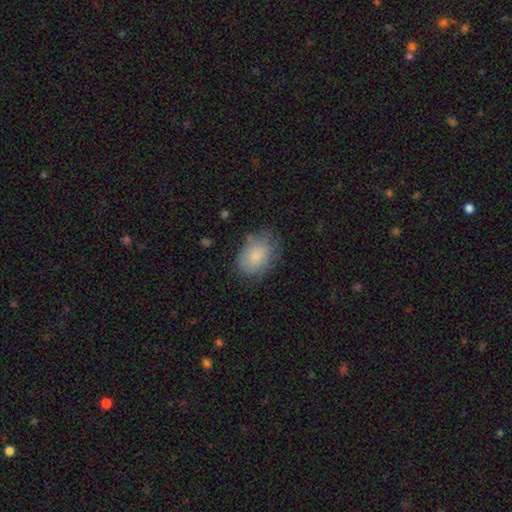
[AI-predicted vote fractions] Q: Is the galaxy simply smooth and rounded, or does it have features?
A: smooth — 83%.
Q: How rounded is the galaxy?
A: in between — 72%.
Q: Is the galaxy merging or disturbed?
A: none — 66%.